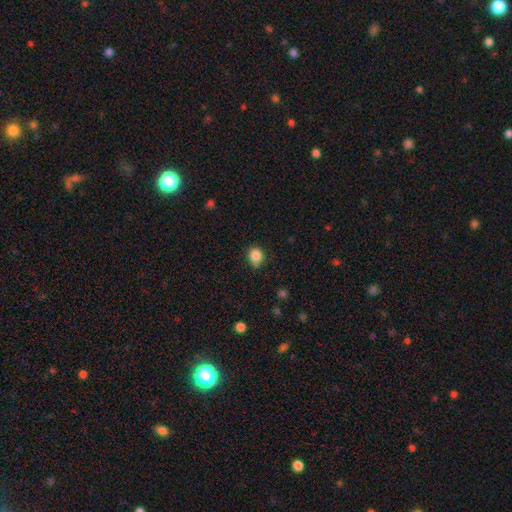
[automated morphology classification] This appears to be a smooth galaxy with no disk features (85%) that is round (75%). Merging: none (76%).